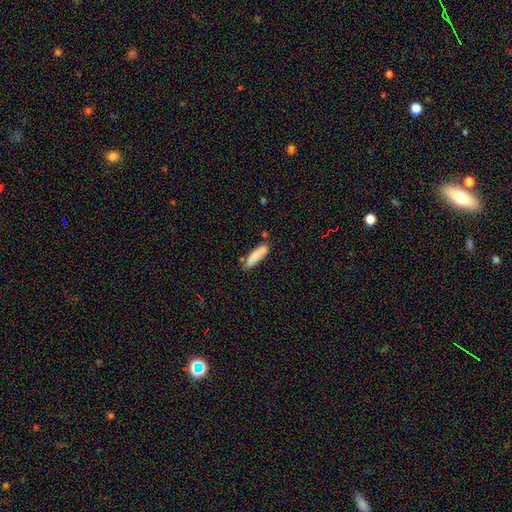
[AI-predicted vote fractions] This is likely a smooth galaxy (78%). How rounded: possibly cigar-shaped (57%). Merging: likely none (68%).